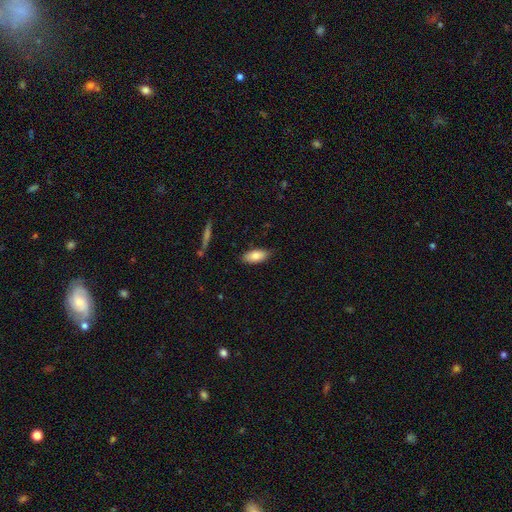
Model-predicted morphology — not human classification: The model was most divided on "smooth or featured": smooth: 81%, featured or disk: 12%, star or artifact: 7%. More confident: how rounded — in between (85%); merging — none (84%).